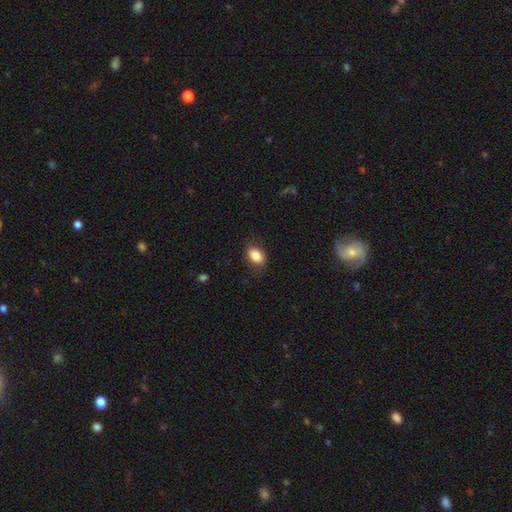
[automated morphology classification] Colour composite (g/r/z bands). It shows a smooth galaxy with no disk features (85%) that is in between round and cigar-shaped (84%). Merging: none (81%).